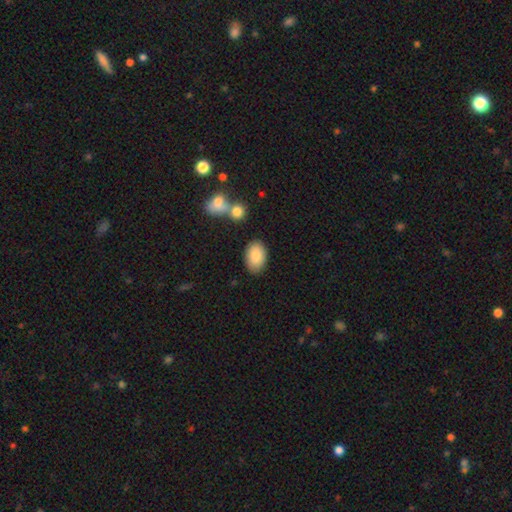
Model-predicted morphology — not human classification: Overall: smooth (87%). How rounded: in between (91%). Merging: none (82%).